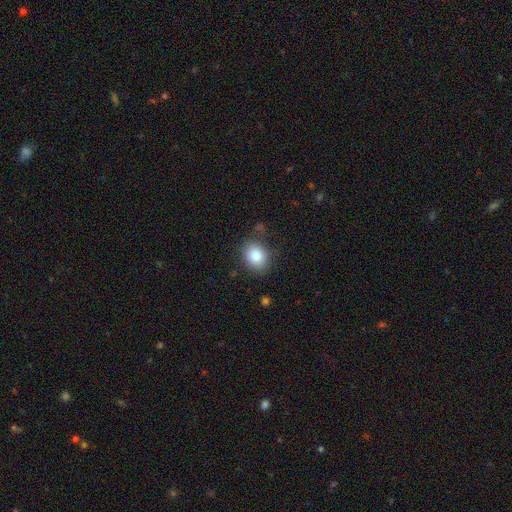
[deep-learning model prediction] The model was most divided on "how rounded": round: 55%, in between: 44%, cigar-shaped: 1%. More confident: smooth or featured — smooth (85%); merging — none (79%).